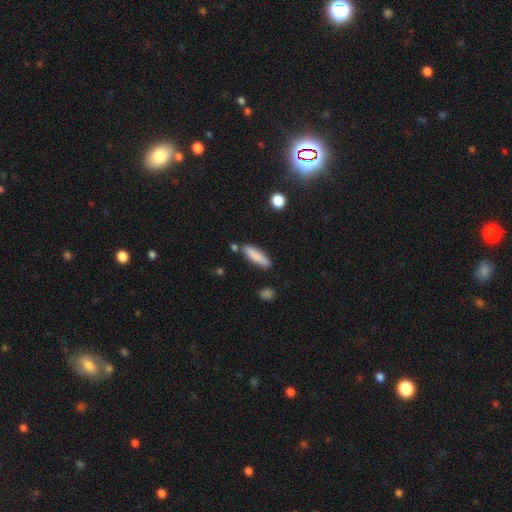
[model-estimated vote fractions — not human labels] A smooth galaxy with no disk features (84%) that is cigar-shaped (71%). Merging: none (78%).